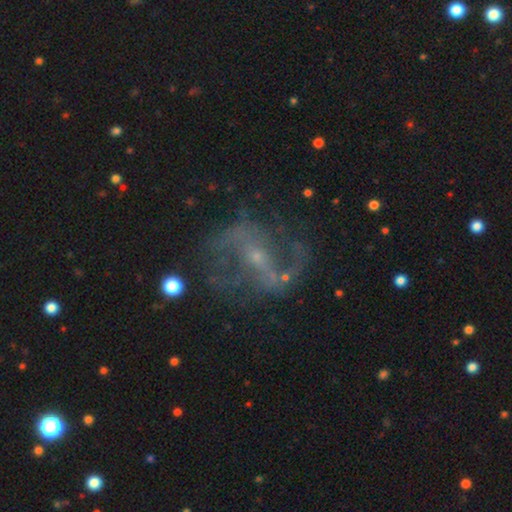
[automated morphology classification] This appears to be a featured or disk galaxy (83%) with a weak bar (38%), 2 (84%) loose (53%) spiral arms (83%) and a small central bulge (74%). Merging: none (62%).